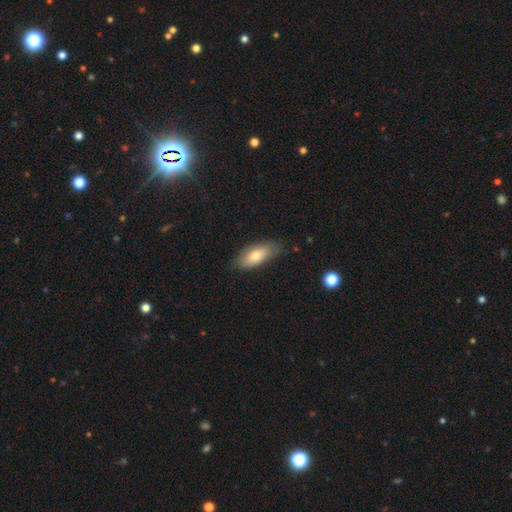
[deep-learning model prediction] Q: Smooth or featured?
A: smooth (75%); runner-up: featured or disk (19%)
Q: How rounded?
A: in between (82%); runner-up: cigar-shaped (15%)
Q: Merging?
A: none (75%); runner-up: minor disturbance (20%)